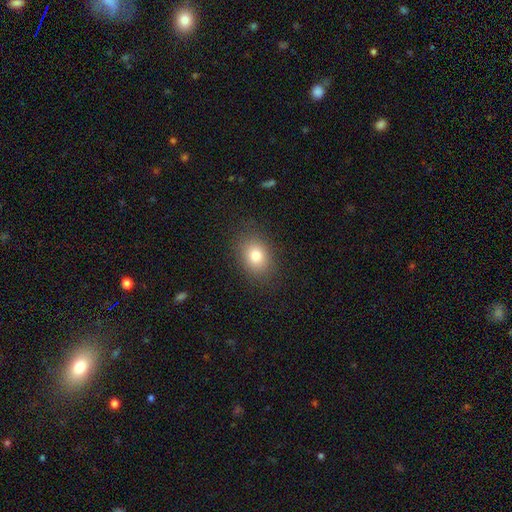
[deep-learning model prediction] This is likely a smooth galaxy (79%). How rounded: possibly in between (57%). Merging: clearly none (85%).